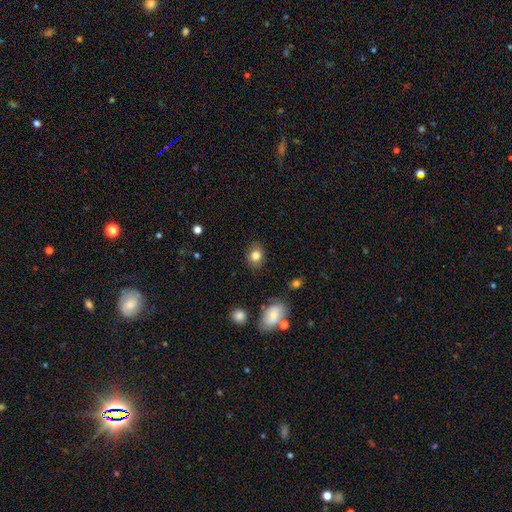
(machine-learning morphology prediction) smooth-or-featured: smooth: 82% | star or artifact: 10% | featured or disk: 8%
  how-rounded: round: 50% | in between: 49% | cigar-shaped: 1%
  merging: none: 84% | minor disturbance: 11% | major disturbance: 3% | merger: 2%